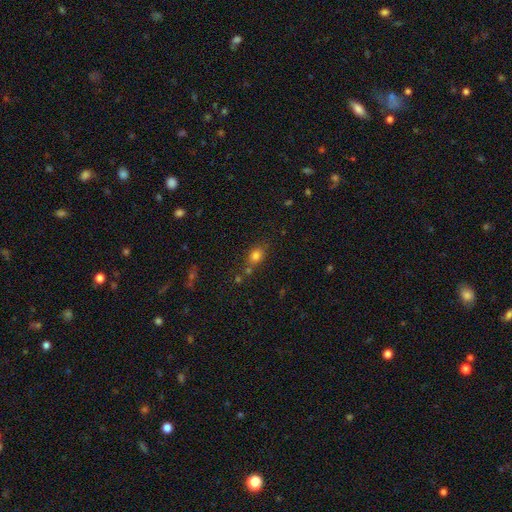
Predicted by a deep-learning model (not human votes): A smooth galaxy with no disk features (77%) that is in between round and cigar-shaped (55%).

Vote fractions:
- Smooth or featured? smooth: 77% / star or artifact: 14% / featured or disk: 9%
- How rounded? in between: 55% / round: 42% / cigar-shaped: 3%
- Merging? none: 62% / merger: 17% / minor disturbance: 16% / major disturbance: 5%